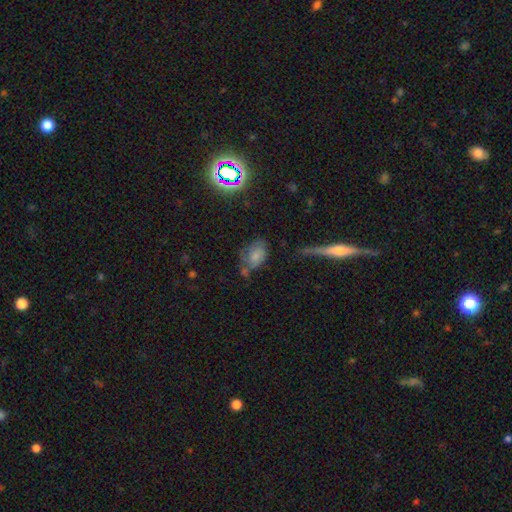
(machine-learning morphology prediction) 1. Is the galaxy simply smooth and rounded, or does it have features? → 65% smooth, 21% featured or disk, 14% star or artifact.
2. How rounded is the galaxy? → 84% in between, 14% round, 2% cigar-shaped.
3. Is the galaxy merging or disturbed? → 42% none, 30% minor disturbance, 17% major disturbance, 12% merger.